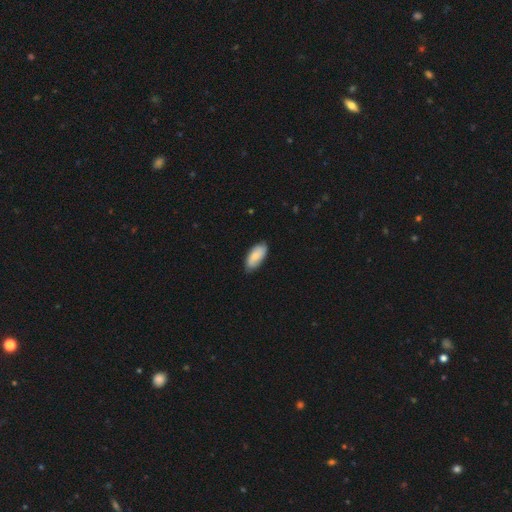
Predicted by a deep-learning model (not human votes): Smooth or featured?
  - smooth: 78% *
  - featured or disk: 16%
  - star or artifact: 6%
How rounded?
  - in between: 90% *
  - cigar-shaped: 8%
  - round: 2%
Merging?
  - none: 81% *
  - minor disturbance: 16%
  - major disturbance: 2%
  - merger: 1%